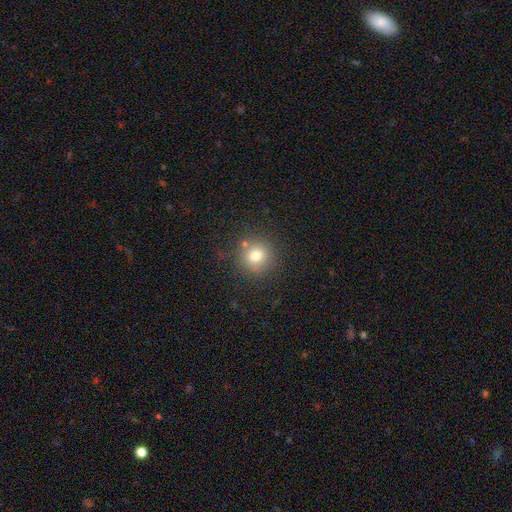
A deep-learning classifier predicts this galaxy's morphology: Smooth or featured: smooth — 77% (star or artifact — 13%)
How rounded: round — 92% (in between — 7%)
Merging: none — 81% (minor disturbance — 10%)